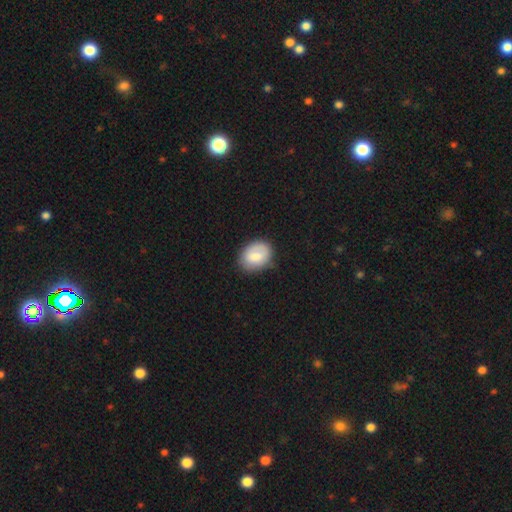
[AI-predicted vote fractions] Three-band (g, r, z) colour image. It shows a smooth galaxy with no disk features (75%) that is in between round and cigar-shaped (68%). Merging: none (74%).